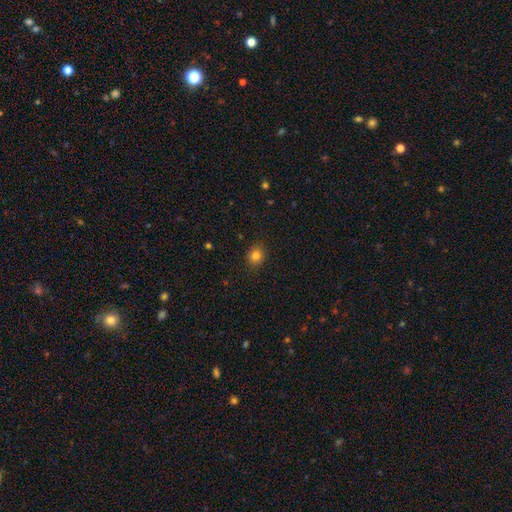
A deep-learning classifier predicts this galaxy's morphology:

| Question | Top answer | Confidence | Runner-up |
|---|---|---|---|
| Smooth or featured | smooth | 81% | star or artifact (13%) |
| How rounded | round | 73% | in between (26%) |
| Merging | none | 89% | minor disturbance (8%) |